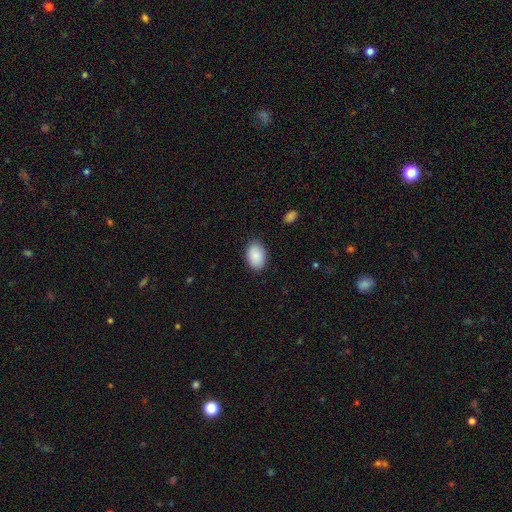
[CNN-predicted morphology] Smooth or featured?
  - smooth: 89% *
  - star or artifact: 6%
  - featured or disk: 5%
How rounded?
  - in between: 88% *
  - round: 11%
  - cigar-shaped: 1%
Merging?
  - none: 86% *
  - minor disturbance: 10%
  - major disturbance: 3%
  - merger: 1%